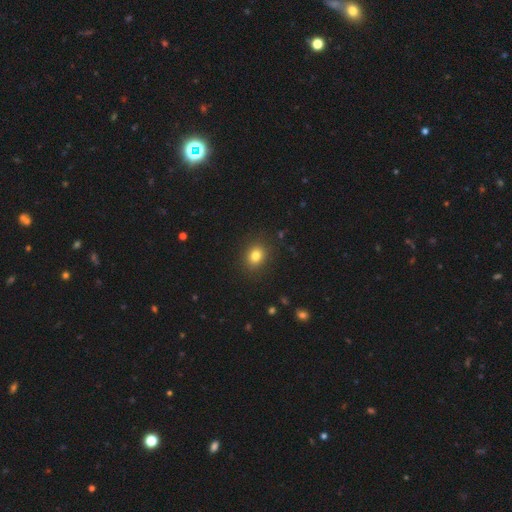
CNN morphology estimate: Q: Smooth or featured?
A: smooth (81%); runner-up: star or artifact (12%)
Q: How rounded?
A: round (61%); runner-up: in between (38%)
Q: Merging?
A: none (89%); runner-up: minor disturbance (7%)